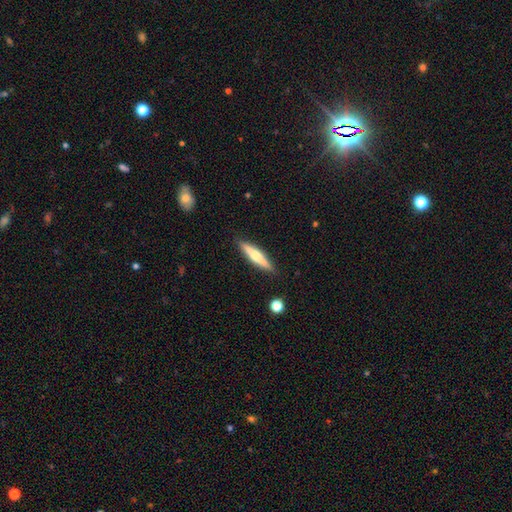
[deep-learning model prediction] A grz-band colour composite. It shows a featured or disk galaxy (52%) viewed edge-on (96%). Merging: none (90%).